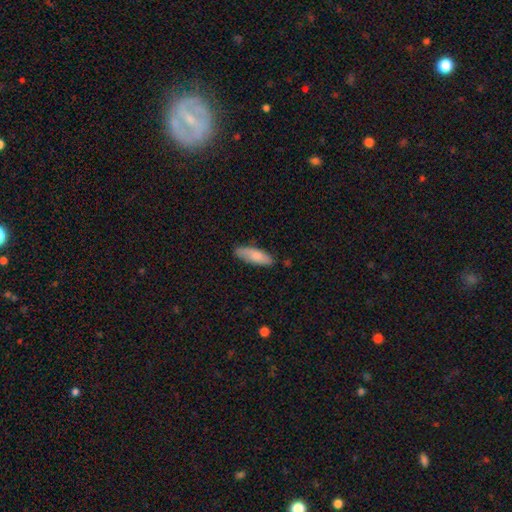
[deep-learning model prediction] smooth 81%, featured or disk 14%, star or artifact 6%. Down the decision tree: how rounded — in between (54%); merging — none (78%).